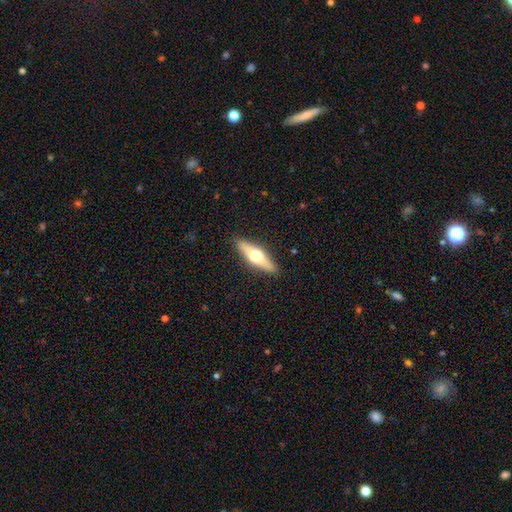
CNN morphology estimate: This is possibly a featured or disk galaxy (53%). It is clearly viewed edge-on (91%). Merging: clearly none (89%).